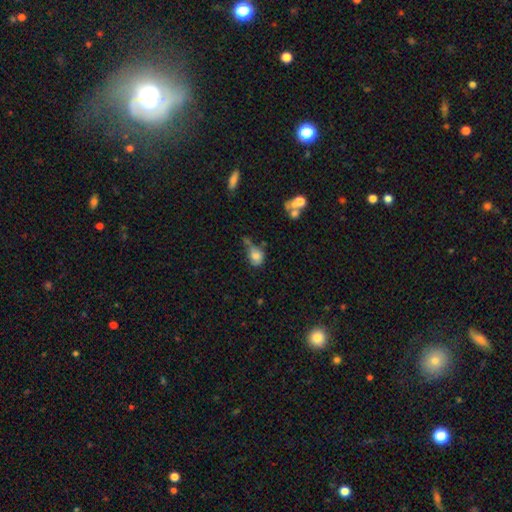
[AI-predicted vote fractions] A smooth galaxy with no disk features (77%) that is in between round and cigar-shaped (51%). Merging: none (34%).